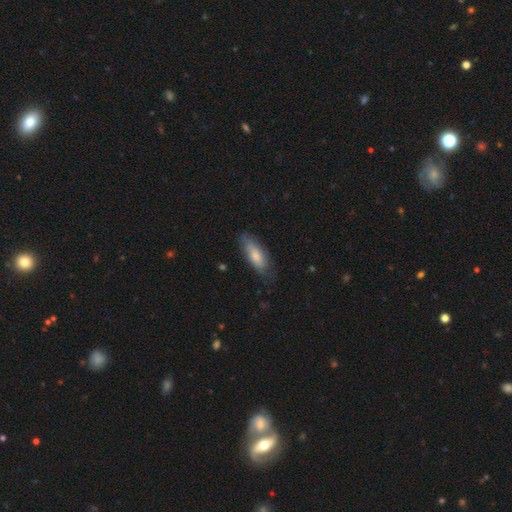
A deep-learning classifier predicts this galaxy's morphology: Smooth or featured? Predicted: smooth (p=0.73). How rounded? Predicted: in between (p=0.69). Merging? Predicted: none (p=0.69).